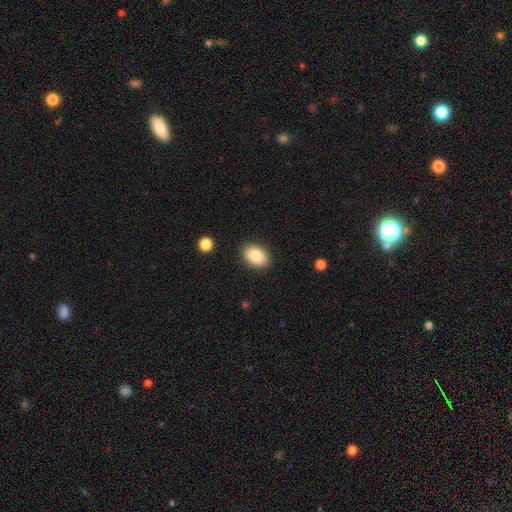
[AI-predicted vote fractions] Smooth or featured? Predicted: smooth (p=0.88). How rounded? Predicted: in between (p=0.84). Merging? Predicted: none (p=0.87).